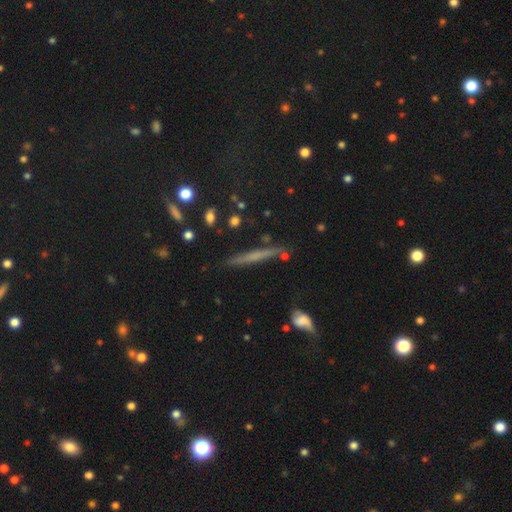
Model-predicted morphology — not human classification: Smooth or featured: featured or disk — 48% (smooth — 41%)
Merging: none — 83% (minor disturbance — 11%)